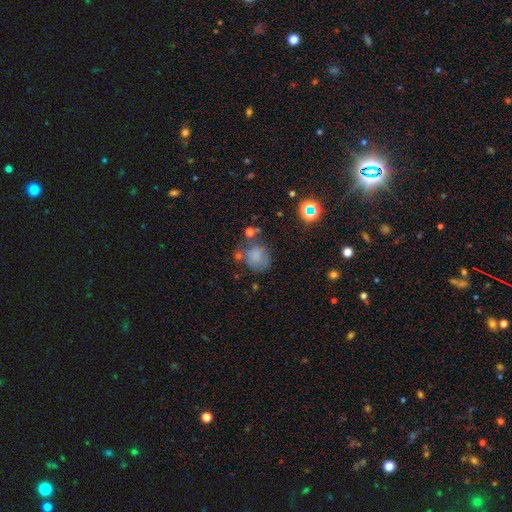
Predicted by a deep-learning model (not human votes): This appears to be a smooth galaxy with no disk features (72%) that is round (76%). Merging: none (51%).